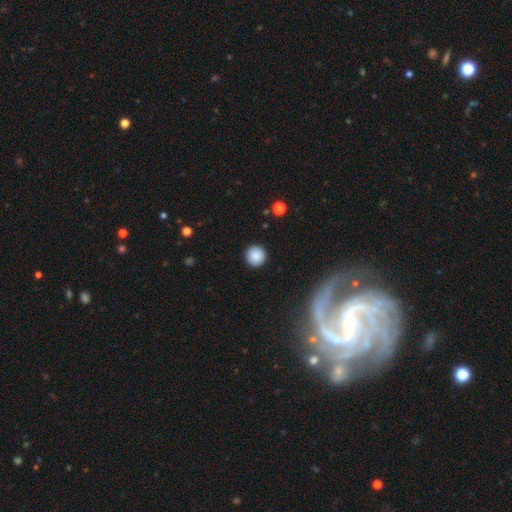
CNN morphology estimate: A smooth galaxy with no disk features (87%) that is round (96%).

Vote fractions:
- Smooth or featured? smooth: 87% / star or artifact: 9% / featured or disk: 4%
- How rounded? round: 96% / in between: 3% / cigar-shaped: 1%
- Merging? none: 92% / minor disturbance: 5% / major disturbance: 2% / merger: 1%